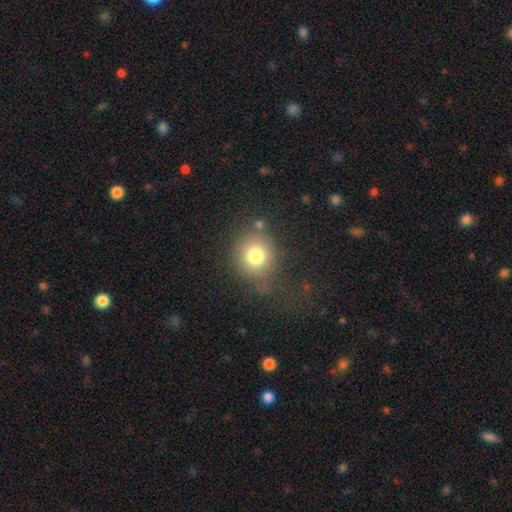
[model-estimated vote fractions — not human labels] Smooth or featured?
  - smooth: 77% *
  - star or artifact: 12%
  - featured or disk: 11%
How rounded?
  - round: 82% *
  - in between: 17%
  - cigar-shaped: 1%
Merging?
  - none: 68% *
  - minor disturbance: 17%
  - major disturbance: 10%
  - merger: 6%